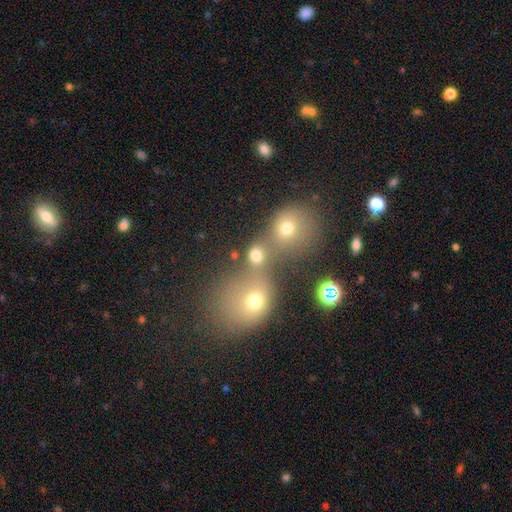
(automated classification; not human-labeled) Q: Smooth or featured?
A: smooth (74%); runner-up: star or artifact (16%)
Q: How rounded?
A: round (76%); runner-up: in between (22%)
Q: Merging?
A: merger (53%); runner-up: none (37%)